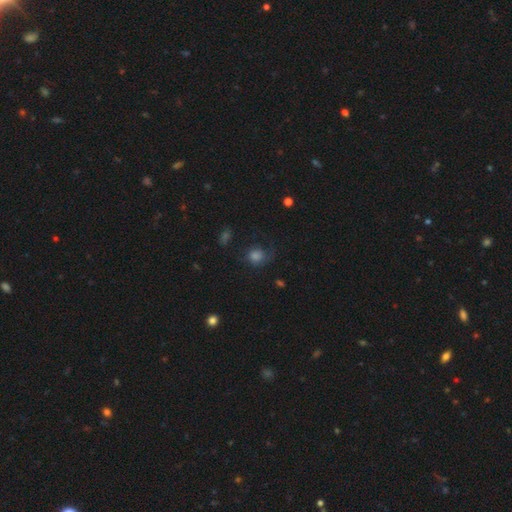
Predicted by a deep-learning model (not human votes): Smooth or featured? Predicted: smooth (p=0.63). How rounded? Predicted: round (p=0.77). Merging? Predicted: none (p=0.54).